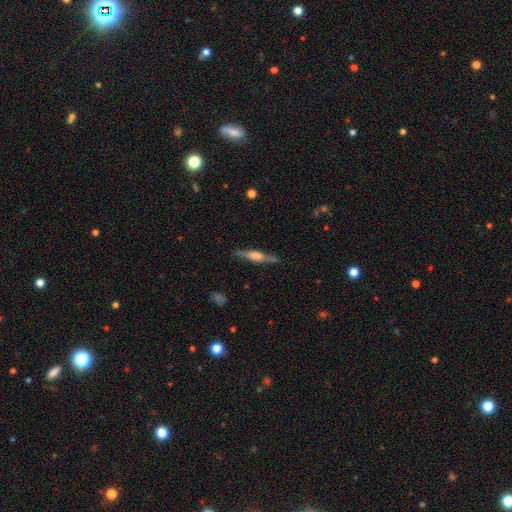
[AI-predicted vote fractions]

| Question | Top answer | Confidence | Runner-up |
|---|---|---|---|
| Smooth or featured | featured or disk | 61% | smooth (33%) |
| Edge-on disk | yes | 95% | no (5%) |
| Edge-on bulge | rounded | 63% | boxy (30%) |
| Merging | none | 82% | minor disturbance (13%) |